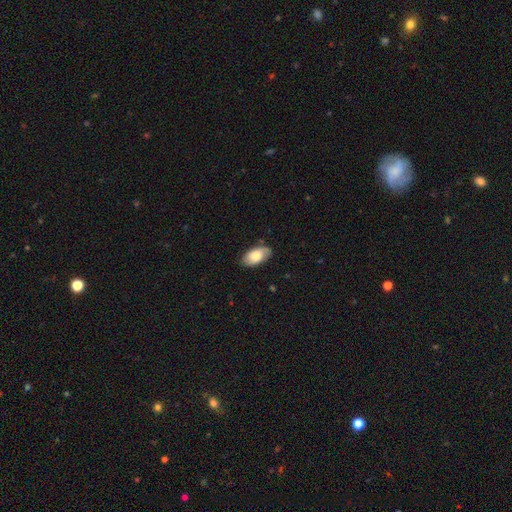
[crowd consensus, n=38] smooth 71%, featured or disk 26%, star or artifact 3%. Down the decision tree: how rounded — in between (100%); merging — none (78%).